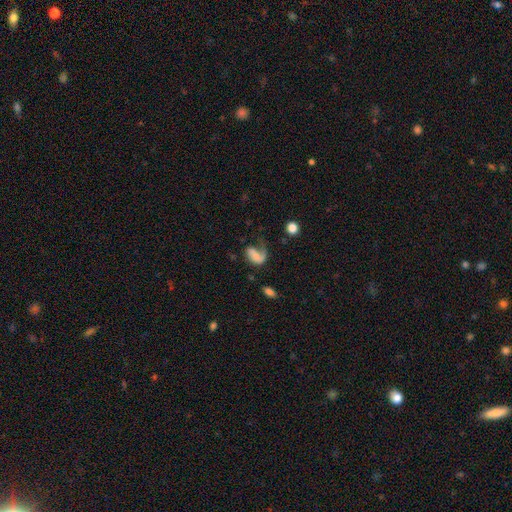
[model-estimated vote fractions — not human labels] A featured or disk galaxy (51%).

Vote fractions:
- Smooth or featured? featured or disk: 51% / smooth: 40% / star or artifact: 9%
- Edge-on disk? no: 97% / yes: 3%
- Merging? major disturbance: 45% / none: 32% / minor disturbance: 18% / merger: 5%